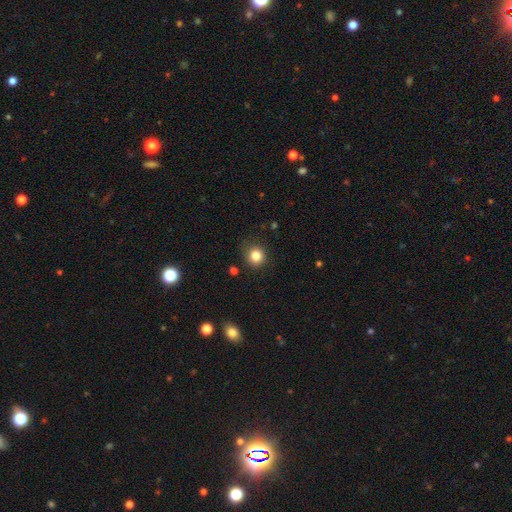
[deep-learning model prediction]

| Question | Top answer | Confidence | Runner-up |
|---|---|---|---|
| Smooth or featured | smooth | 83% | star or artifact (12%) |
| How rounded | round | 88% | in between (11%) |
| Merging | none | 83% | minor disturbance (12%) |